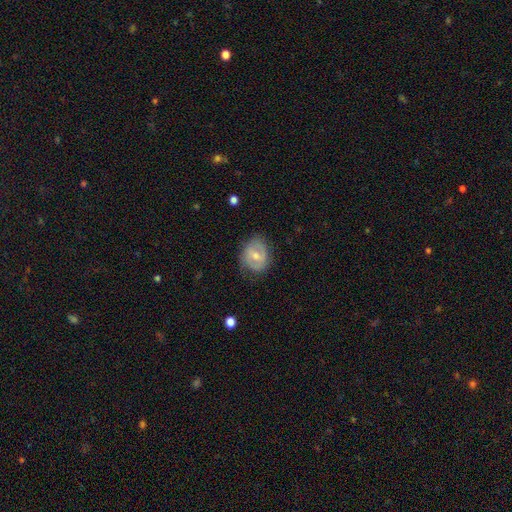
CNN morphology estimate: Smooth or featured? featured or disk (56%)
Edge-on disk? no (96%)
Bar? weak (51%)
Spiral arms? yes (60%)
Bulge size? moderate (63%)
Merging? none (69%)